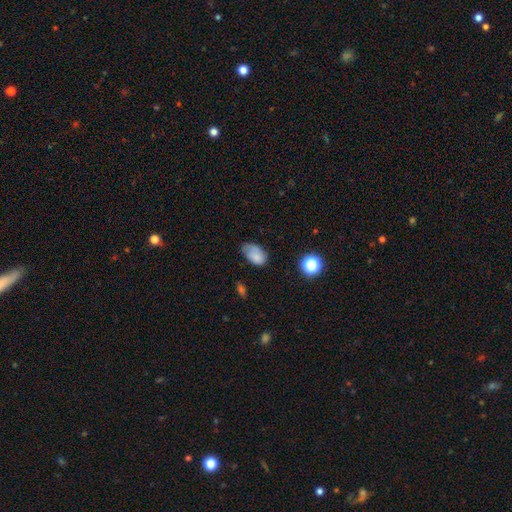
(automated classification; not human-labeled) This appears to be a smooth galaxy with no disk features (75%) that is in between round and cigar-shaped (87%). Merging: none (48%).